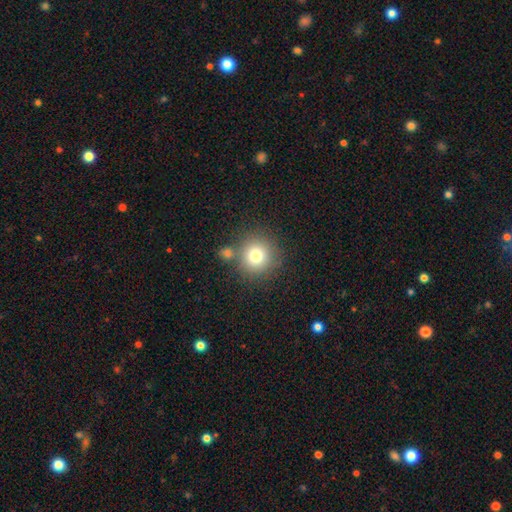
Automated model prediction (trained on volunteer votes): A smooth galaxy with no disk features (77%) that is round (93%).

Vote fractions:
- Smooth or featured? smooth: 77% / star or artifact: 13% / featured or disk: 11%
- How rounded? round: 93% / in between: 6% / cigar-shaped: 1%
- Merging? none: 74% / merger: 14% / minor disturbance: 9% / major disturbance: 4%